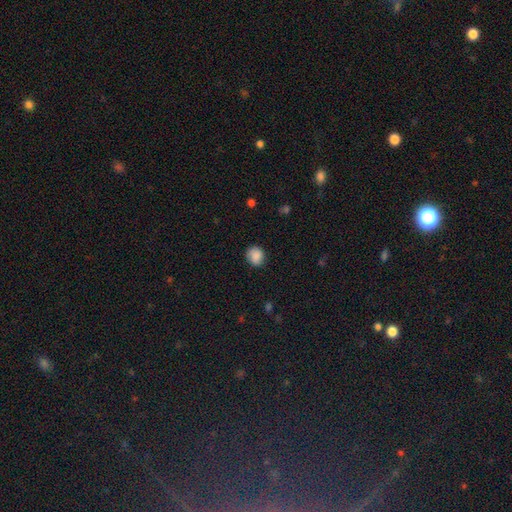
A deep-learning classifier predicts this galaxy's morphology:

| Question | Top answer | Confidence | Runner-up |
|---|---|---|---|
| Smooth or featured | smooth | 87% | star or artifact (8%) |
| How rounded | round | 75% | in between (25%) |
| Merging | none | 78% | minor disturbance (17%) |